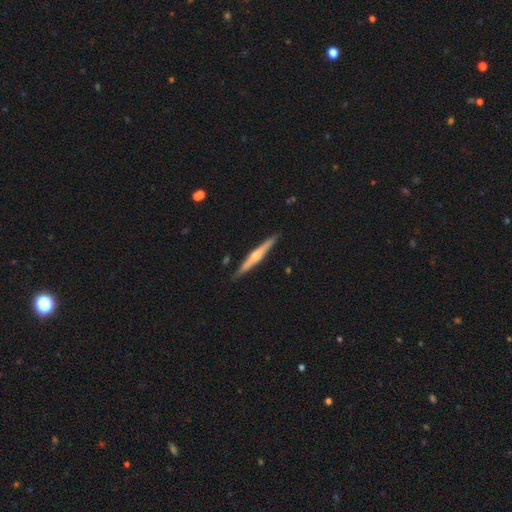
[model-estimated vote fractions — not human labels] Morphology: type=featured or disk (63%); edge-on=yes (97%); edge-on bulge=rounded (78%); merging=none (88%).